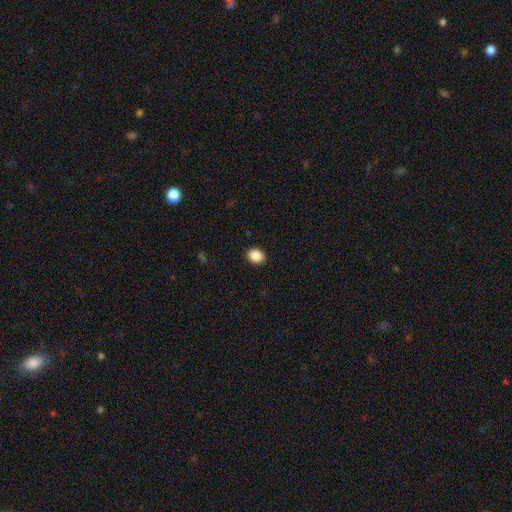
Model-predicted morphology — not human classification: A smooth galaxy with no disk features (88%) that is in between round and cigar-shaped (51%). Merging: none (90%).